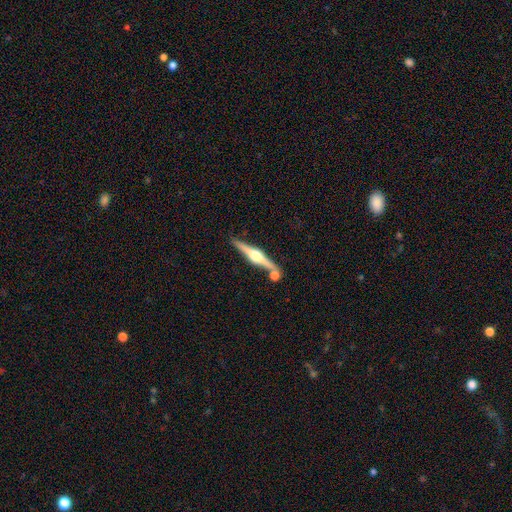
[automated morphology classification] Smooth or featured? Predicted: featured or disk (p=0.79). Edge-on disk? Predicted: yes (p=0.98). Edge-on bulge? Predicted: rounded (p=0.93). Merging? Predicted: none (p=0.76).